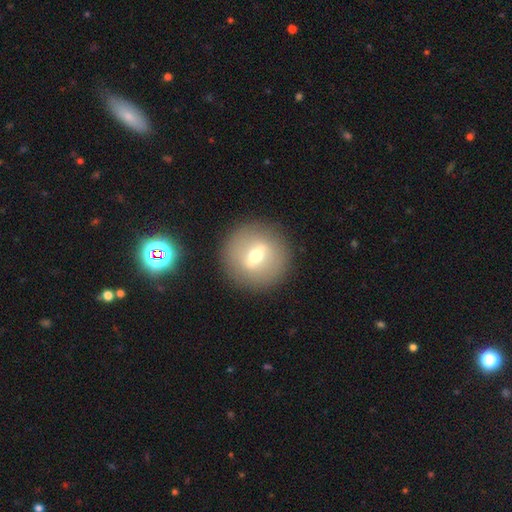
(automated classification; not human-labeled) Smooth or featured?
  - featured or disk: 52% *
  - smooth: 39%
  - star or artifact: 9%
Edge-on disk?
  - no: 76% *
  - yes: 24%
Merging?
  - none: 88% *
  - minor disturbance: 7%
  - major disturbance: 3%
  - merger: 2%